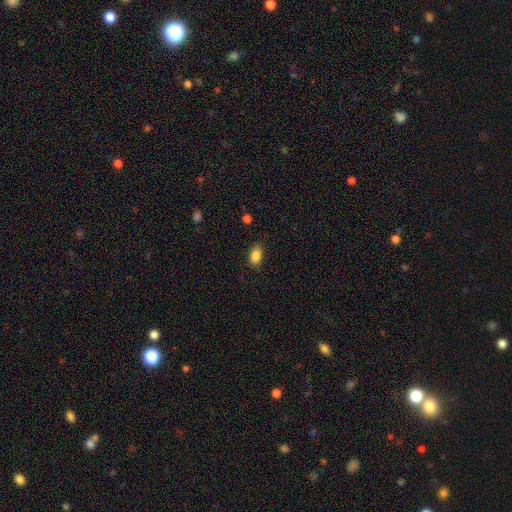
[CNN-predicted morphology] smooth 87%, star or artifact 9%, featured or disk 4%. Down the decision tree: how rounded — in between (86%); merging — none (83%).